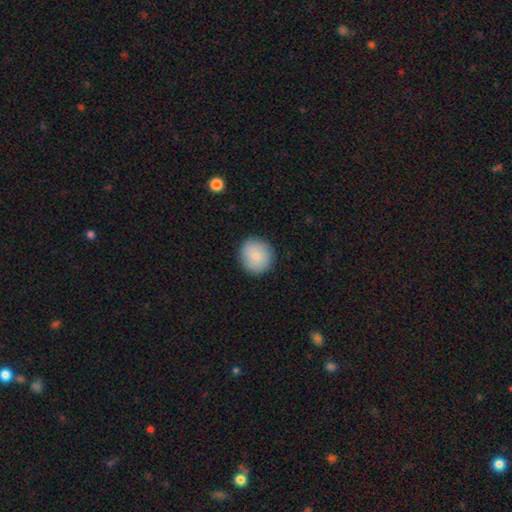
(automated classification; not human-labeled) Smooth or featured?
  - smooth: 83% *
  - featured or disk: 11%
  - star or artifact: 6%
How rounded?
  - round: 86% *
  - in between: 13%
  - cigar-shaped: 1%
Merging?
  - none: 89% *
  - minor disturbance: 8%
  - major disturbance: 2%
  - merger: 1%